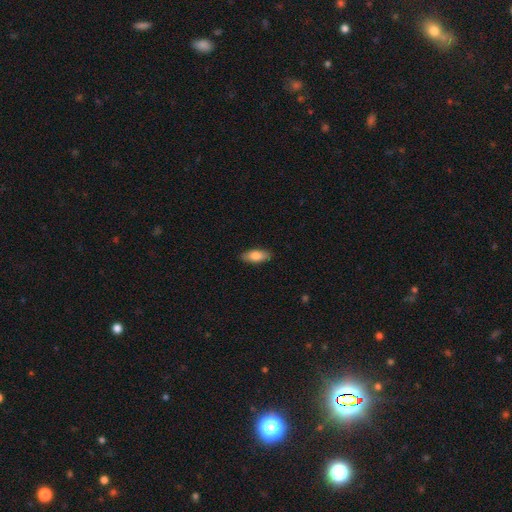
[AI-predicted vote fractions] smooth_or_featured: smooth (p=0.82) [alt: featured or disk p=0.12]
how_rounded: in between (p=0.81) [alt: cigar-shaped p=0.17]
merging: none (p=0.89) [alt: minor disturbance p=0.09]